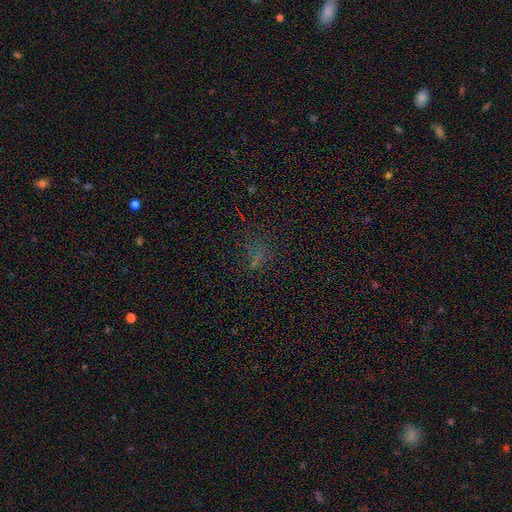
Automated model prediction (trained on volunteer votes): This appears to be a star or artifact, not a galaxy (45%).